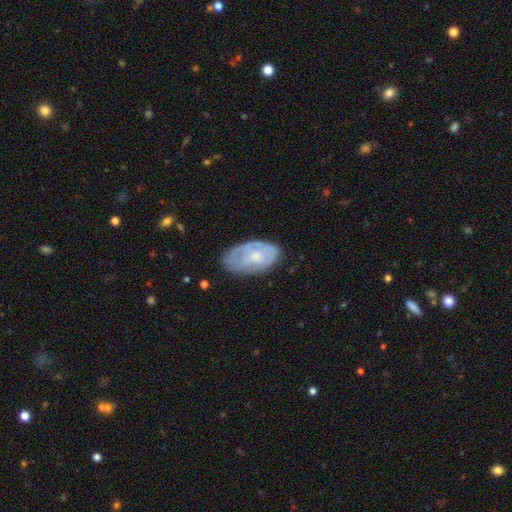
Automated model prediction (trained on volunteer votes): This appears to be a featured or disk galaxy (59%) with no bar (80%), spiral arms (65%) and a small central bulge (60%). Merging: none (69%).